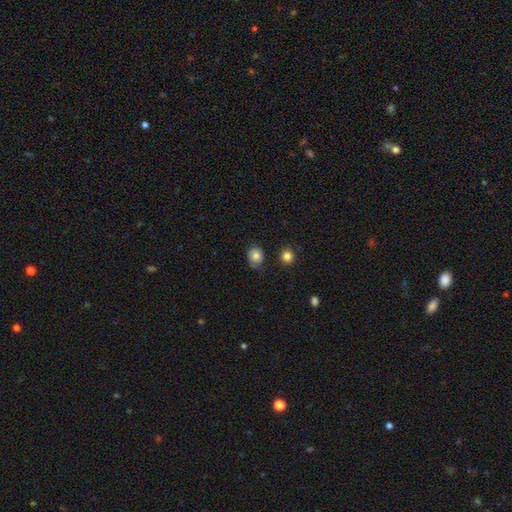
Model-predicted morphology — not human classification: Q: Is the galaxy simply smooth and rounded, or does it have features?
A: smooth — 83%.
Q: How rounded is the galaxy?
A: round — 75%.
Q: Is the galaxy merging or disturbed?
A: none — 69%.